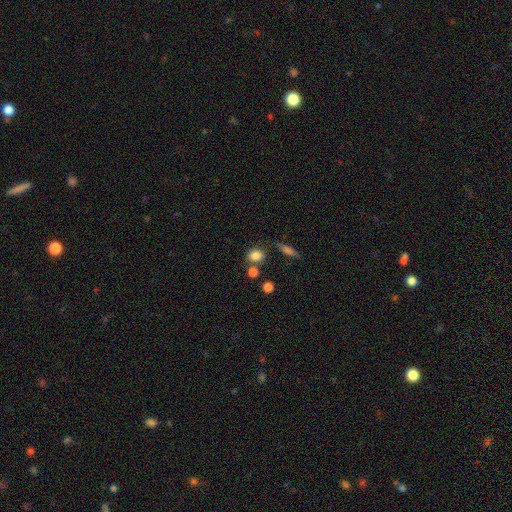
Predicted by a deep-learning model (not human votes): smooth_or_featured: smooth (p=0.82) [alt: star or artifact p=0.11]
how_rounded: round (p=0.53) [alt: in between p=0.45]
merging: none (p=0.64) [alt: merger p=0.17]